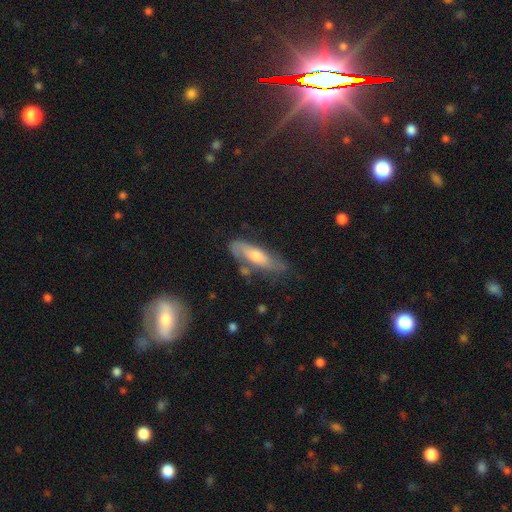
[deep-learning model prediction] Morphology: type=featured or disk (52%); edge-on=no (60%); merging=none (64%).